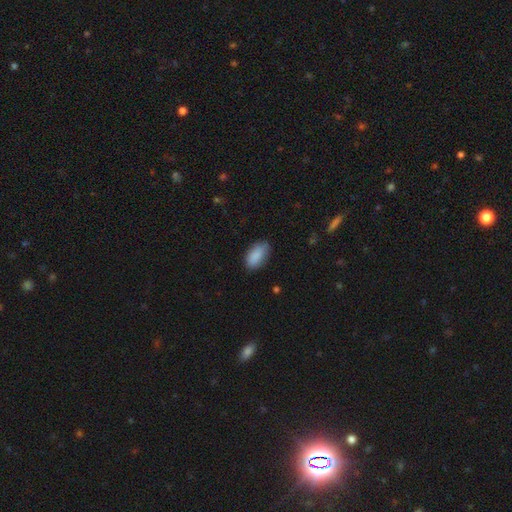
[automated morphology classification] smooth 88%, star or artifact 6%, featured or disk 5%. Down the decision tree: how rounded — in between (93%); merging — none (76%).